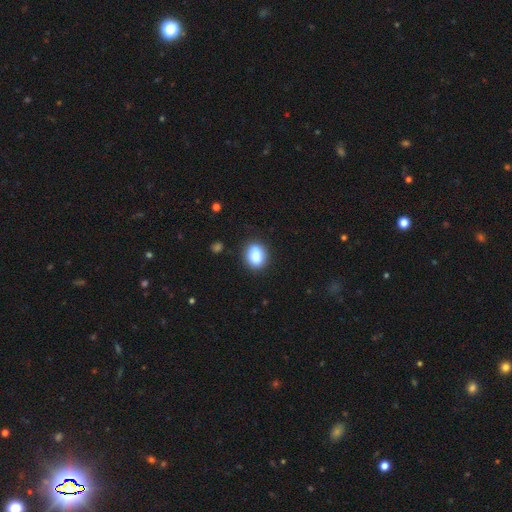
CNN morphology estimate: smooth 83%, star or artifact 9%, featured or disk 8%. Down the decision tree: how rounded — in between (60%); merging — none (81%).